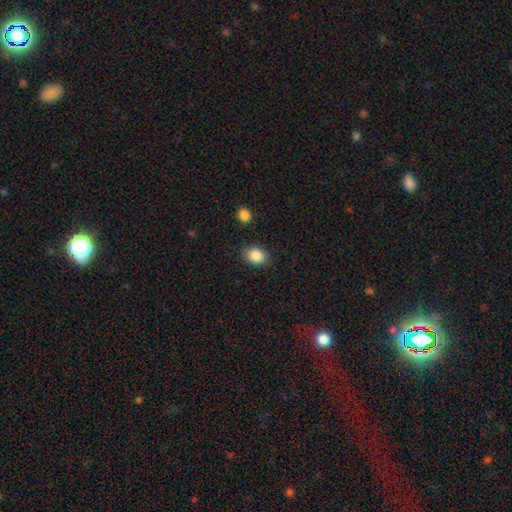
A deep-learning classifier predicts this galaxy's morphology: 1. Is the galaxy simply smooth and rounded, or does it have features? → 86% smooth, 9% star or artifact, 5% featured or disk.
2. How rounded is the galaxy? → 61% in between, 38% round, 1% cigar-shaped.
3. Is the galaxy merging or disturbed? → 84% none, 11% minor disturbance, 3% major disturbance, 2% merger.